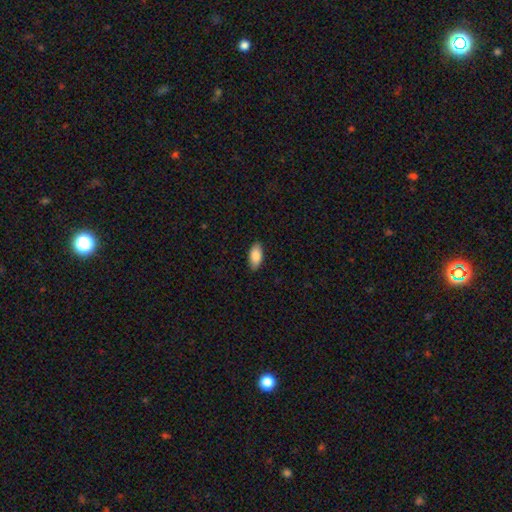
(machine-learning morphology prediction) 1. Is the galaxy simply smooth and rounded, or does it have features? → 88% smooth, 6% star or artifact, 6% featured or disk.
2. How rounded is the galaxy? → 92% in between, 6% cigar-shaped, 2% round.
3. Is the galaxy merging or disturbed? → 88% none, 9% minor disturbance, 2% major disturbance, 1% merger.